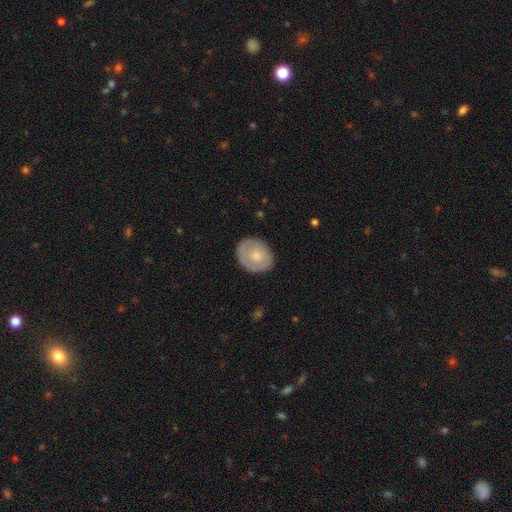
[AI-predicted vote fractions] smooth-or-featured: smooth: 56% | featured or disk: 38% | star or artifact: 5%
  how-rounded: round: 55% | in between: 44% | cigar-shaped: 1%
  merging: none: 79% | minor disturbance: 16% | major disturbance: 4% | merger: 1%